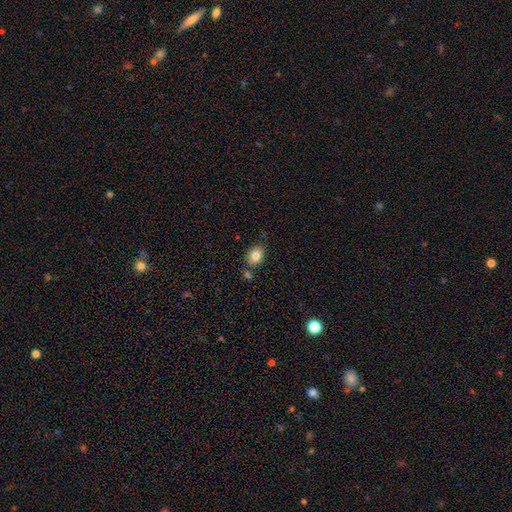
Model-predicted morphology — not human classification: A smooth galaxy with no disk features (83%) that is in between round and cigar-shaped (59%).

Vote fractions:
- Smooth or featured? smooth: 83% / star or artifact: 9% / featured or disk: 8%
- How rounded? in between: 59% / round: 40% / cigar-shaped: 1%
- Merging? none: 74% / minor disturbance: 14% / merger: 9% / major disturbance: 3%